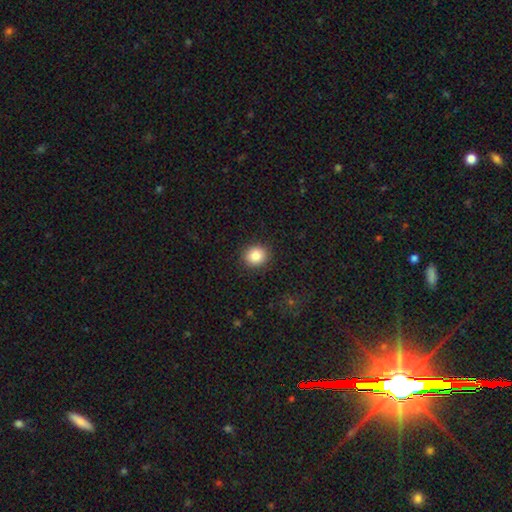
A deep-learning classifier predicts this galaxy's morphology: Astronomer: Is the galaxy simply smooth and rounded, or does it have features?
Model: smooth — 85%.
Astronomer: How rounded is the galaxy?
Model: round — 79%.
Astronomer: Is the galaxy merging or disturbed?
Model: none — 90%.